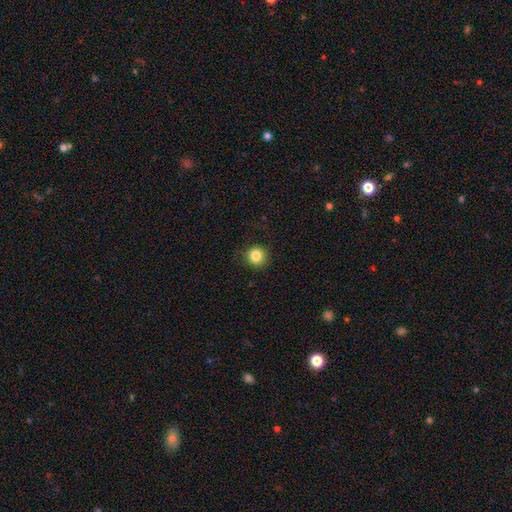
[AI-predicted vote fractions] Q: Smooth or featured?
A: smooth (84%); runner-up: star or artifact (10%)
Q: How rounded?
A: round (93%); runner-up: in between (6%)
Q: Merging?
A: none (88%); runner-up: minor disturbance (8%)